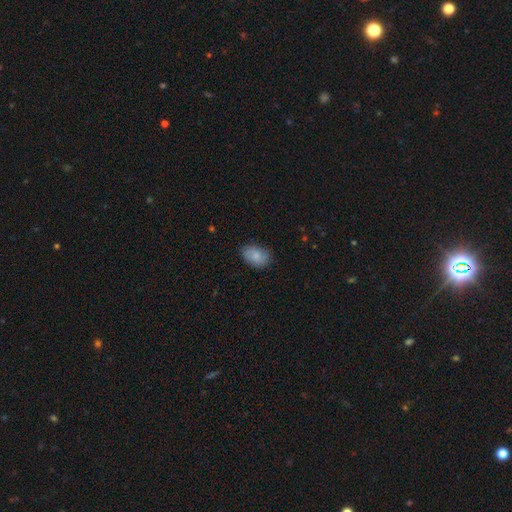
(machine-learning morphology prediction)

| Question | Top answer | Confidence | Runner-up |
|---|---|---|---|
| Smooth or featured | smooth | 79% | featured or disk (14%) |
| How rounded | in between | 85% | round (14%) |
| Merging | none | 80% | minor disturbance (16%) |